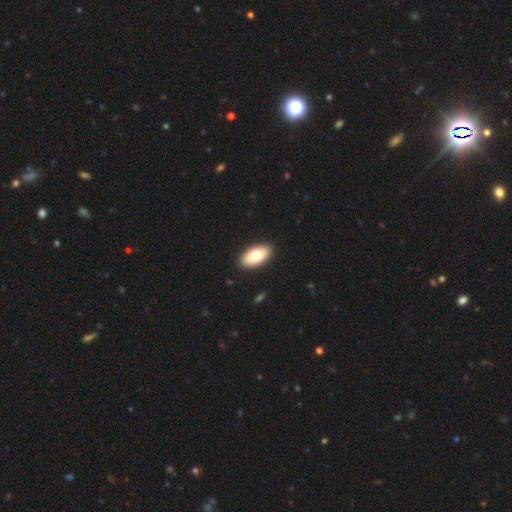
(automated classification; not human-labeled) This is likely a smooth galaxy (77%). How rounded: clearly in between (93%). Merging: clearly none (91%).